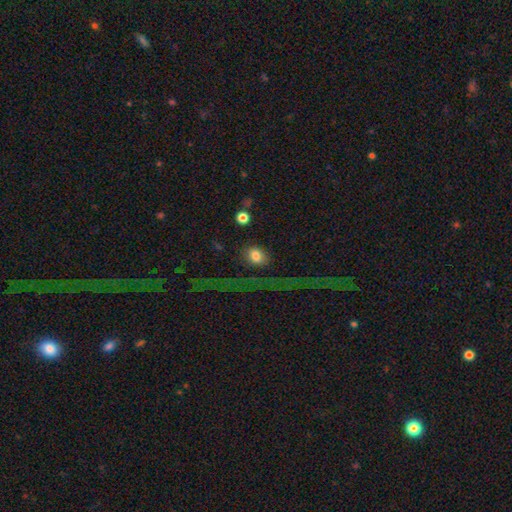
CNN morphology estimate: Smooth or featured: smooth — 80% (star or artifact — 12%)
How rounded: in between — 51% (round — 47%)
Merging: none — 75% (minor disturbance — 12%)